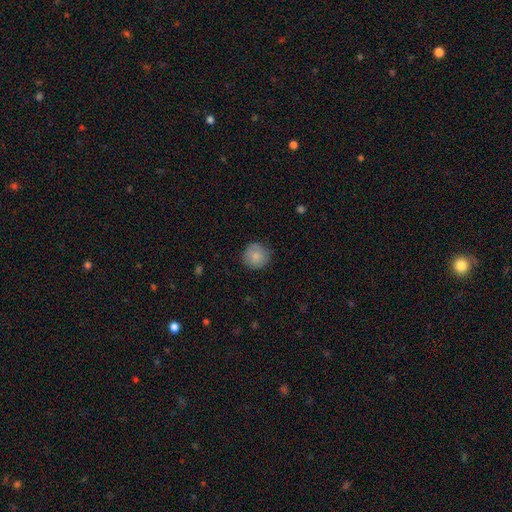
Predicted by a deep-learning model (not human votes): Smooth or featured?
  - smooth: 84% *
  - featured or disk: 8%
  - star or artifact: 8%
How rounded?
  - round: 94% *
  - in between: 5%
  - cigar-shaped: 1%
Merging?
  - none: 85% *
  - minor disturbance: 12%
  - major disturbance: 3%
  - merger: 1%